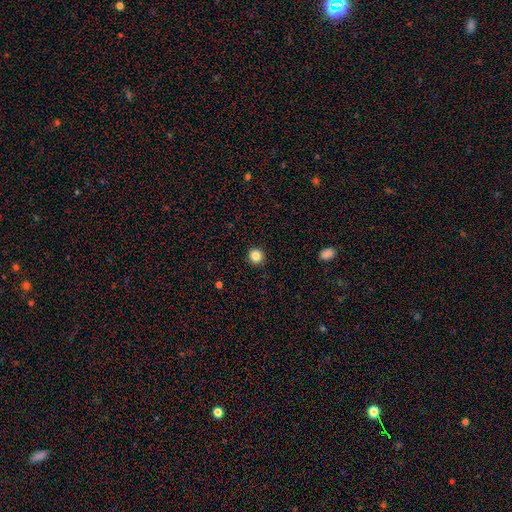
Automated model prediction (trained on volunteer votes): A smooth galaxy with no disk features (85%) that is round (93%).

Vote fractions:
- Smooth or featured? smooth: 85% / star or artifact: 11% / featured or disk: 4%
- How rounded? round: 93% / in between: 6% / cigar-shaped: 1%
- Merging? none: 93% / minor disturbance: 5% / major disturbance: 2% / merger: 1%